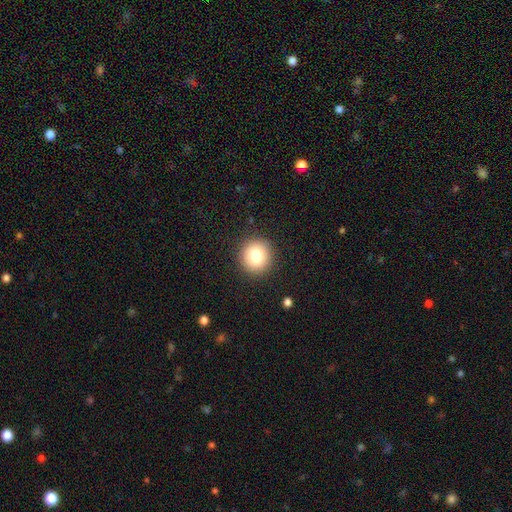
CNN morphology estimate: Overall: smooth (83%). How rounded: round (91%). Merging: none (90%).